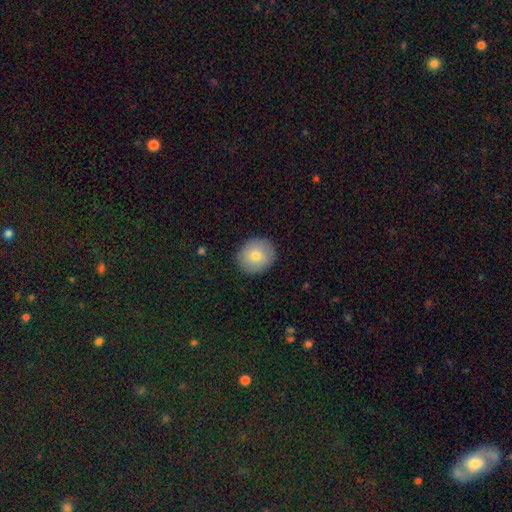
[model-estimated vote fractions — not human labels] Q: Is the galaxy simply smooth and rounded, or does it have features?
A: smooth — 77%.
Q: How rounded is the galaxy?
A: round — 86%.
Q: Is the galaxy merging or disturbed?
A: none — 89%.